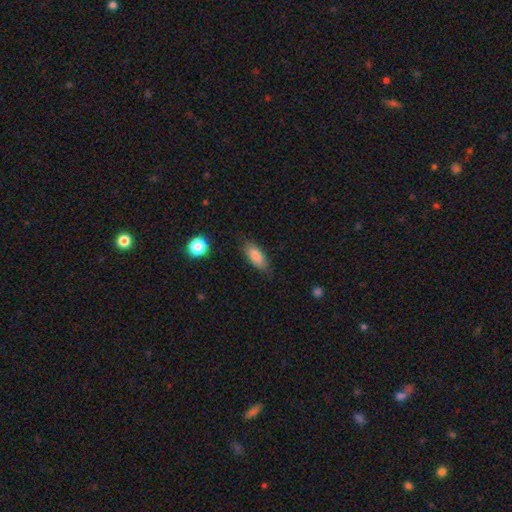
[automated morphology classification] Smooth or featured: smooth — 83% (featured or disk — 10%)
How rounded: in between — 81% (cigar-shaped — 16%)
Merging: none — 76% (minor disturbance — 18%)